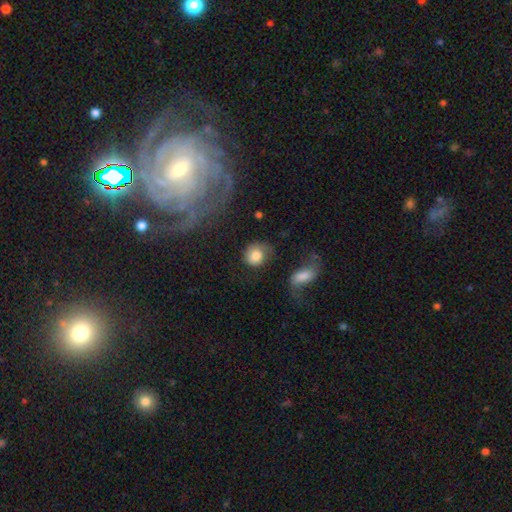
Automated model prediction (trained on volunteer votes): smooth 76%, featured or disk 16%, star or artifact 8%. Down the decision tree: how rounded — round (74%); merging — none (46%).